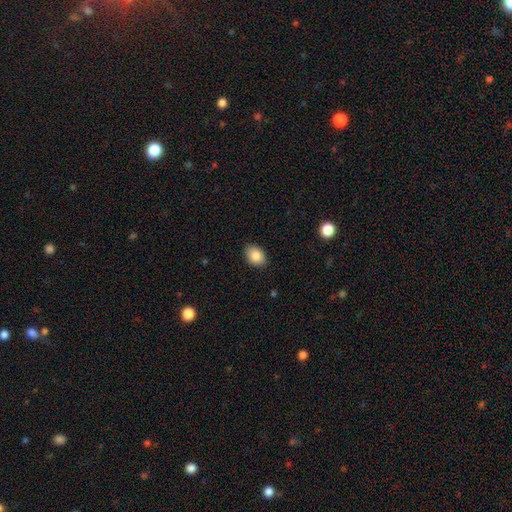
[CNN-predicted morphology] Smooth or featured? smooth (86%)
How rounded? in between (77%)
Merging? none (87%)